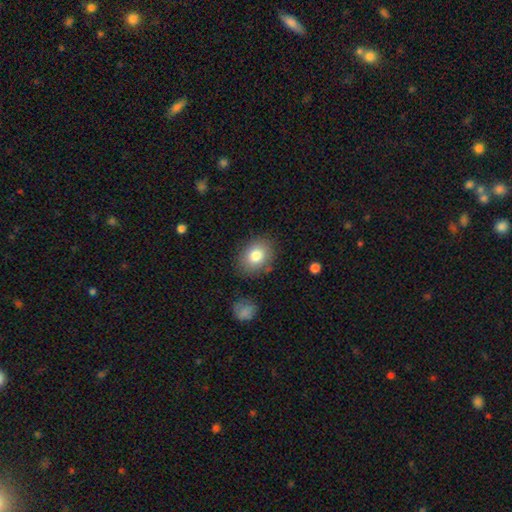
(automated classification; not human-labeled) Overall: smooth (81%). How rounded: in between (53%; round 46%). Merging: none (82%).